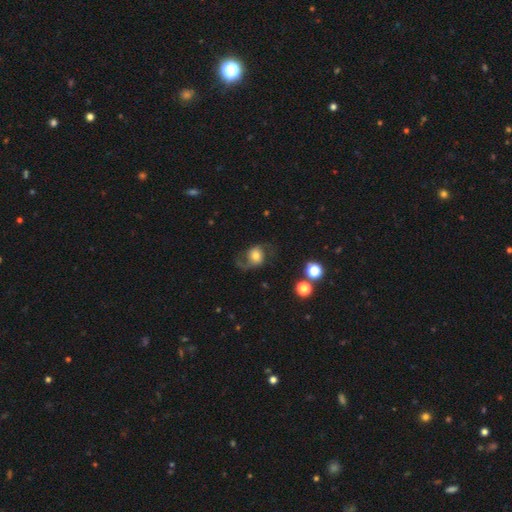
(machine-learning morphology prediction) This appears to be a featured or disk galaxy (60%) with no bar (66%), 2 (81%) loose (60%) spiral arms (88%) and a moderate central bulge (53%). Merging: none (57%).